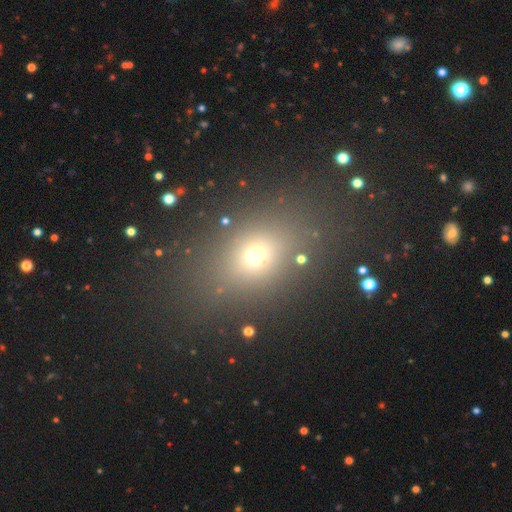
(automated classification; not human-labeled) smooth 61%, star or artifact 29%, featured or disk 11%. Down the decision tree: how rounded — in between (53%); merging — none (83%).